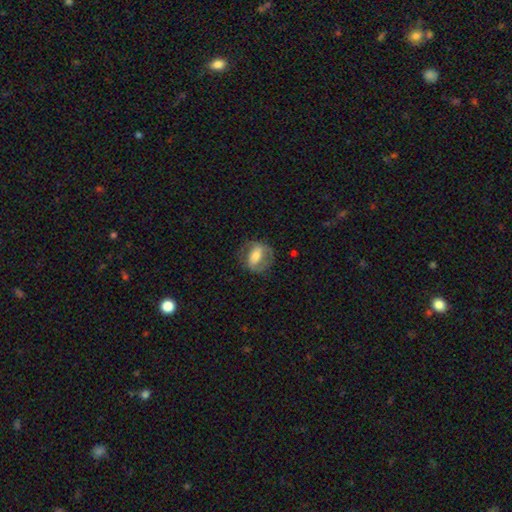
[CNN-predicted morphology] Overall: featured or disk (51%; smooth 42%). Edge-on disk: no (91%). Merging: none (64%).